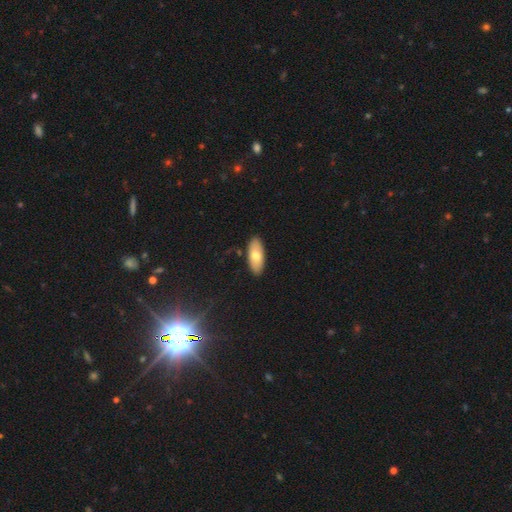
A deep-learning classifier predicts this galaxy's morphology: A smooth galaxy with no disk features (71%) that is in between round and cigar-shaped (85%).

Vote fractions:
- Smooth or featured? smooth: 71% / featured or disk: 23% / star or artifact: 6%
- How rounded? in between: 85% / cigar-shaped: 13% / round: 2%
- Merging? none: 88% / minor disturbance: 8% / major disturbance: 2% / merger: 2%